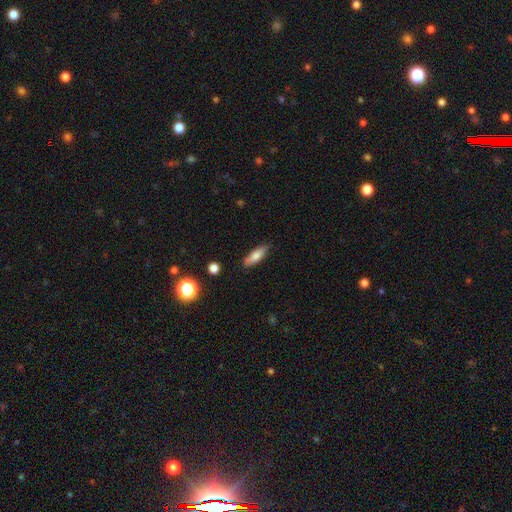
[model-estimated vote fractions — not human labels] The model was most divided on "how rounded": in between: 50%, cigar-shaped: 48%, round: 2%. More confident: merging — none (83%); smooth or featured — smooth (76%).